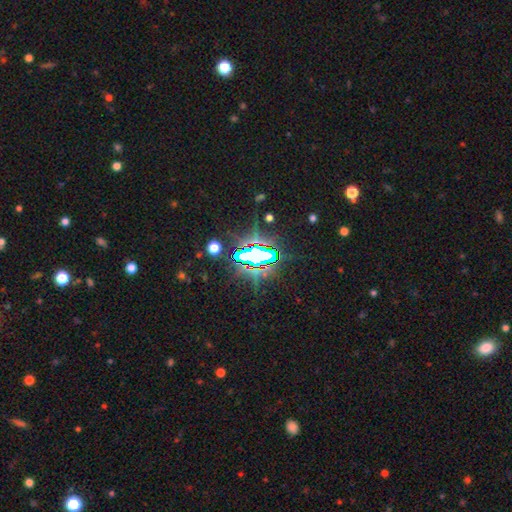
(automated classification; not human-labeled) Smooth or featured? star or artifact (75%)